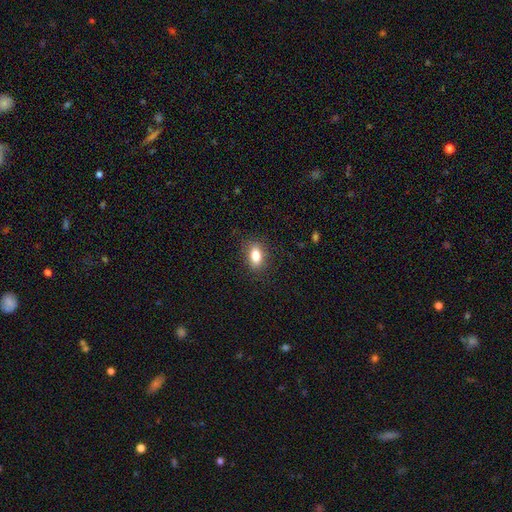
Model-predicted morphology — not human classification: smooth_or_featured: smooth (p=0.81) [alt: featured or disk p=0.10]
how_rounded: in between (p=0.83) [alt: round p=0.14]
merging: none (p=0.86) [alt: minor disturbance p=0.11]